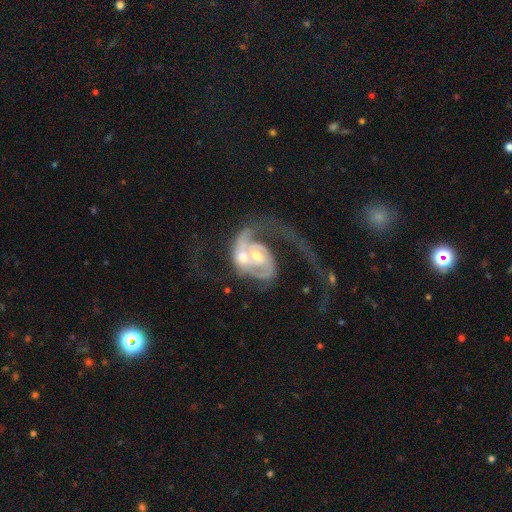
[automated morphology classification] A featured or disk galaxy (84%) with no bar (62%), 2 (59%) loose (49%) spiral arms (89%) and a moderate central bulge (60%).

Vote fractions:
- Smooth or featured? featured or disk: 84% / smooth: 11% / star or artifact: 6%
- Edge-on disk? no: 97% / yes: 3%
- Bar? no: 62% / weak: 29% / strong: 9%
- Spiral arms? yes: 89% / no: 11%
- Spiral winding? loose: 49% / medium: 34% / tight: 17%
- Spiral arm count? 2: 59% / 1: 23% / can't tell: 12% / 3: 3% / 4: 2% / more than 4: 2%
- Bulge size? moderate: 60% / small: 26% / large: 9% / none: 3% / dominant: 2%
- Merging? merger: 62% / major disturbance: 21% / none: 12% / minor disturbance: 6%